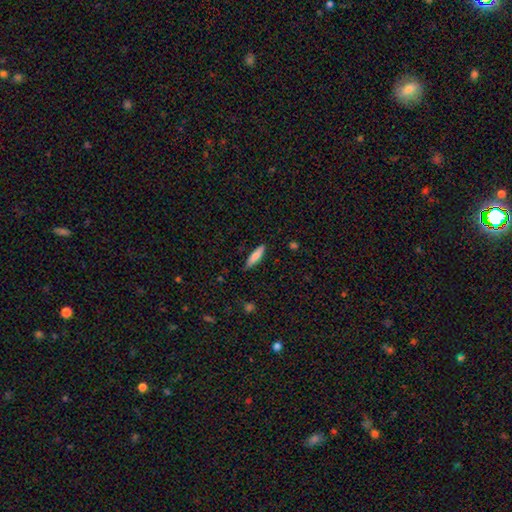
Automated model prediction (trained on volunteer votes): A smooth galaxy with no disk features (80%) that is cigar-shaped (69%).

Vote fractions:
- Smooth or featured? smooth: 80% / featured or disk: 14% / star or artifact: 6%
- How rounded? cigar-shaped: 69% / in between: 30% / round: 1%
- Merging? none: 86% / minor disturbance: 11% / major disturbance: 2% / merger: 1%